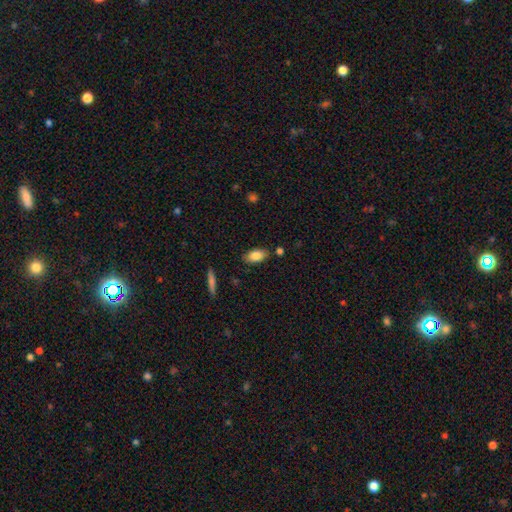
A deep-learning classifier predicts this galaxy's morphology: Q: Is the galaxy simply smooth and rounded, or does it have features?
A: smooth — 83%.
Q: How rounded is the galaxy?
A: in between — 90%.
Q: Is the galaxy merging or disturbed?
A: none — 81%.